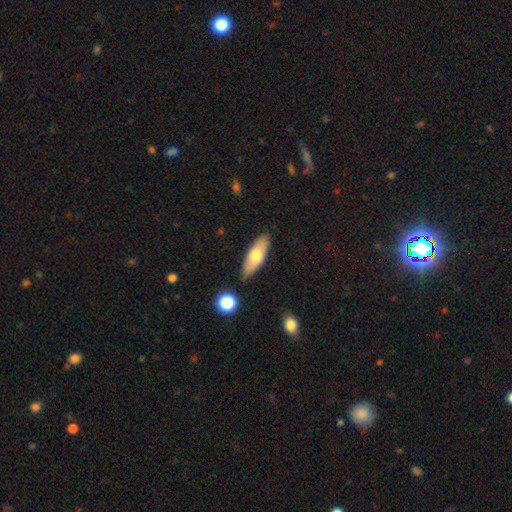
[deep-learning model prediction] smooth_or_featured: smooth (p=0.65) [alt: featured or disk p=0.28]
how_rounded: in between (p=0.66) [alt: cigar-shaped p=0.31]
merging: none (p=0.84) [alt: minor disturbance p=0.11]